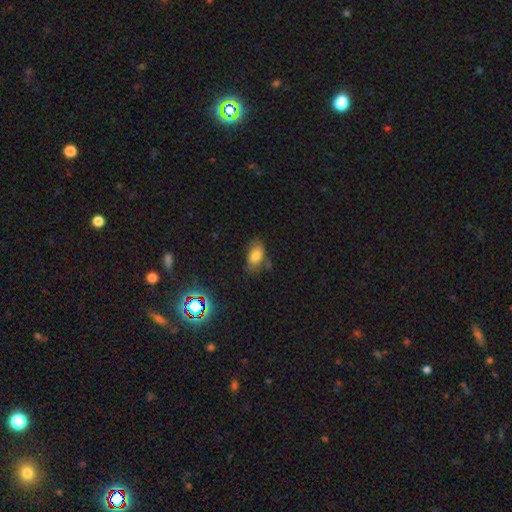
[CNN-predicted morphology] smooth 76%, featured or disk 13%, star or artifact 11%. Down the decision tree: how rounded — in between (88%); merging — none (65%).